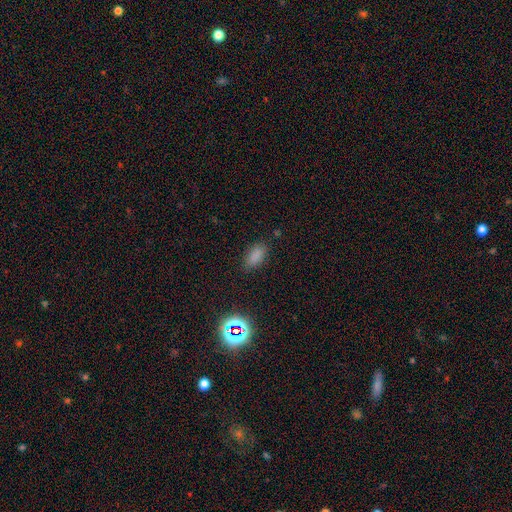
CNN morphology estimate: smooth-or-featured: smooth: 80% | star or artifact: 15% | featured or disk: 5%
  how-rounded: in between: 88% | cigar-shaped: 8% | round: 4%
  merging: none: 81% | minor disturbance: 13% | major disturbance: 4% | merger: 2%